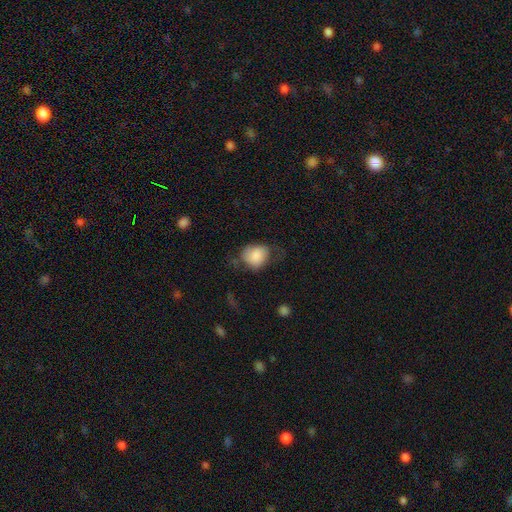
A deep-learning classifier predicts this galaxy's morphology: This is likely a smooth galaxy (80%). How rounded: possibly round (51%). Merging: marginally none (44%).